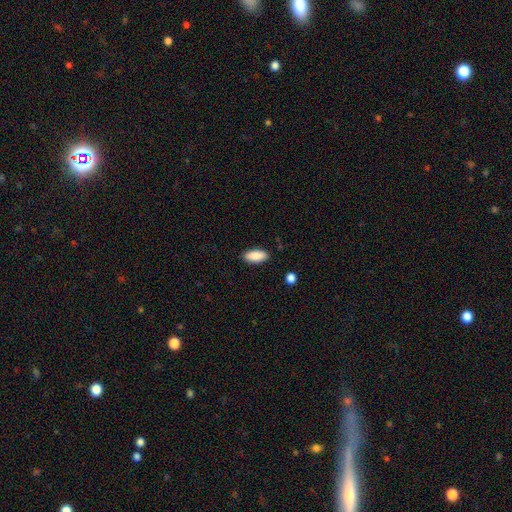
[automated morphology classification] Smooth or featured? smooth (89%)
How rounded? in between (87%)
Merging? none (87%)